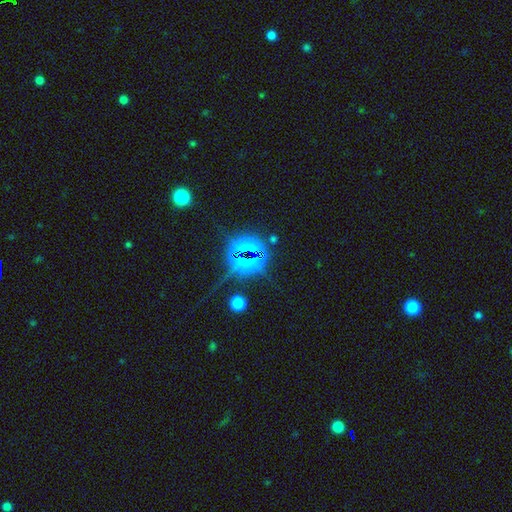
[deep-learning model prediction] star or artifact 69%, smooth 21%, featured or disk 10%.